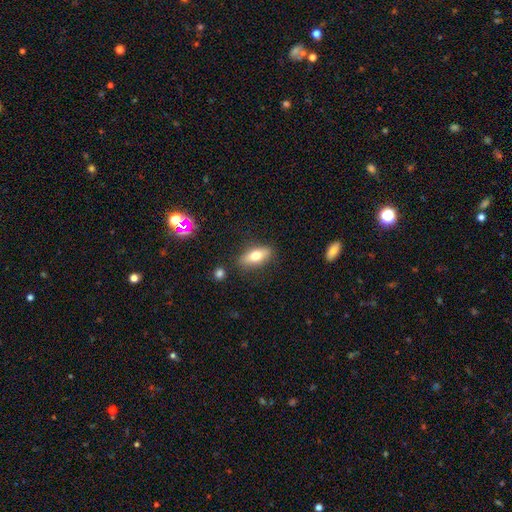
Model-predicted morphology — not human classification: This is likely a smooth galaxy (70%). How rounded: likely in between (78%). Merging: clearly none (84%).